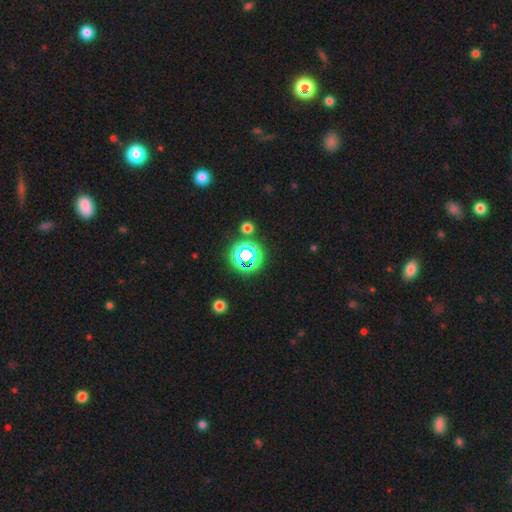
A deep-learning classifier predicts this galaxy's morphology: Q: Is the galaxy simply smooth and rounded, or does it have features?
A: star or artifact — 56%.